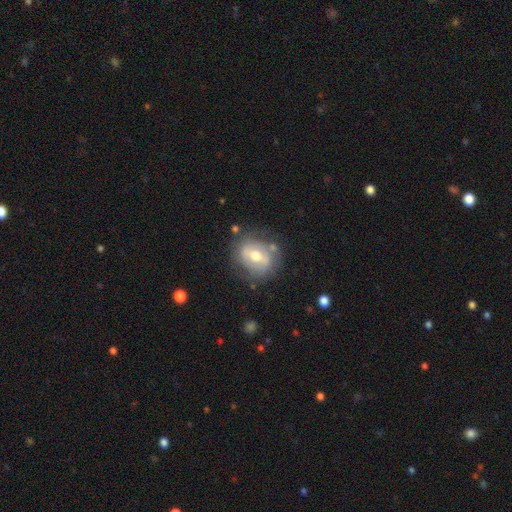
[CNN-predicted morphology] Overall: featured or disk (58%; smooth 34%). Edge-on disk: no (94%). Bar: weak (43%; strong 30%). Spiral arms: no (54%; yes 46%). Bulge size: moderate (73%). Merging: none (67%).